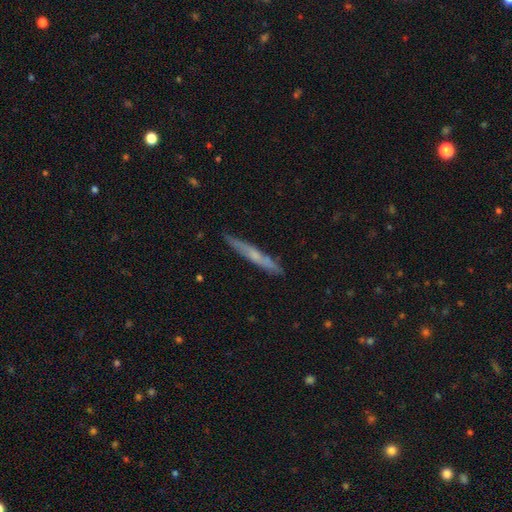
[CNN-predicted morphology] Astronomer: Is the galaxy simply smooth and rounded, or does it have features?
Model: featured or disk — 52% (runner-up: smooth, 42%).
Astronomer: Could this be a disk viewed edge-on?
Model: yes — 93%.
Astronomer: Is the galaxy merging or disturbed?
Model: none — 85%.